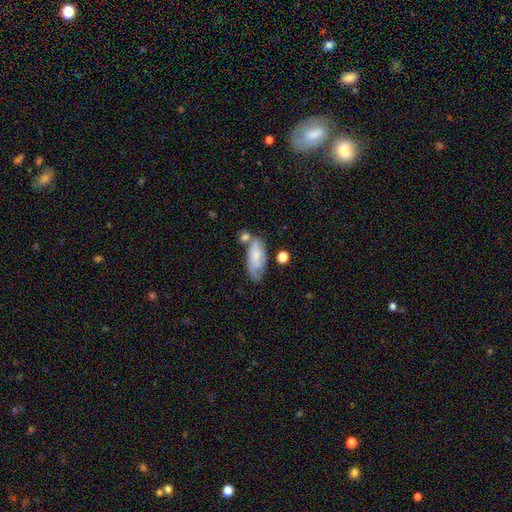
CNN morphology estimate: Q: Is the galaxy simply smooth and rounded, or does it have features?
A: smooth — 65%.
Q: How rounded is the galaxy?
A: in between — 81%.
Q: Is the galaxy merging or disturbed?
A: none — 46%.